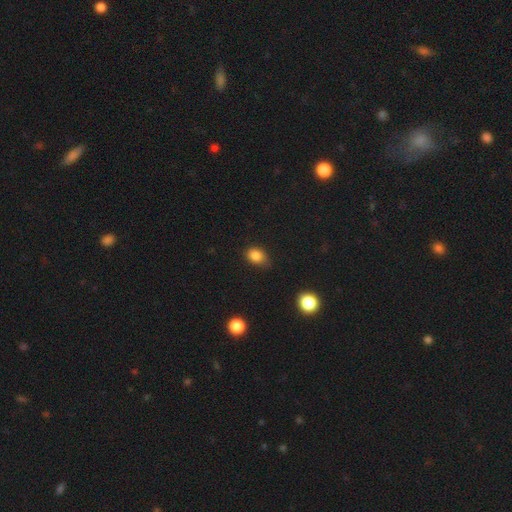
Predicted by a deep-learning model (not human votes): This appears to be a smooth galaxy with no disk features (83%) that is in between round and cigar-shaped (66%). Merging: none (68%).